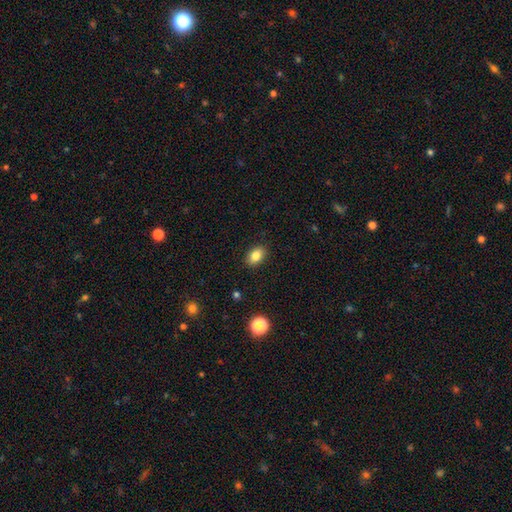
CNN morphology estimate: smooth-or-featured: smooth: 84% | star or artifact: 10% | featured or disk: 7%
  how-rounded: in between: 82% | round: 16% | cigar-shaped: 1%
  merging: none: 89% | minor disturbance: 8% | major disturbance: 2% | merger: 1%